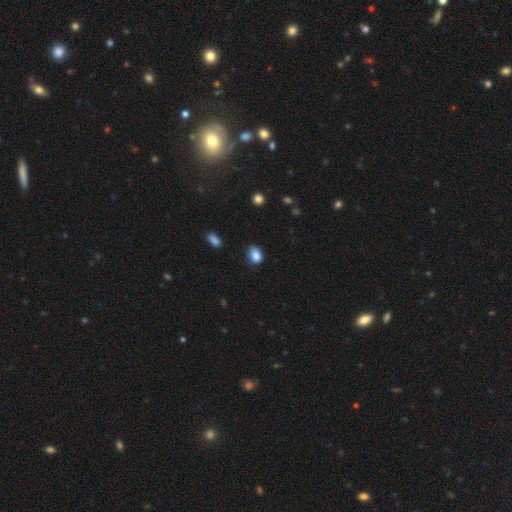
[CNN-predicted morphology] This is clearly a smooth galaxy (85%). How rounded: possibly in between (57%). Merging: likely none (70%).